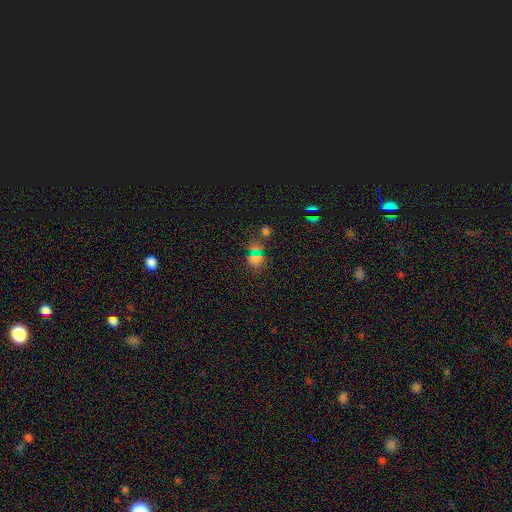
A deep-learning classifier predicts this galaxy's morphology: Q: Smooth or featured?
A: smooth (54%); runner-up: star or artifact (37%)
Q: How rounded?
A: round (61%); runner-up: in between (37%)
Q: Merging?
A: none (67%); runner-up: minor disturbance (14%)